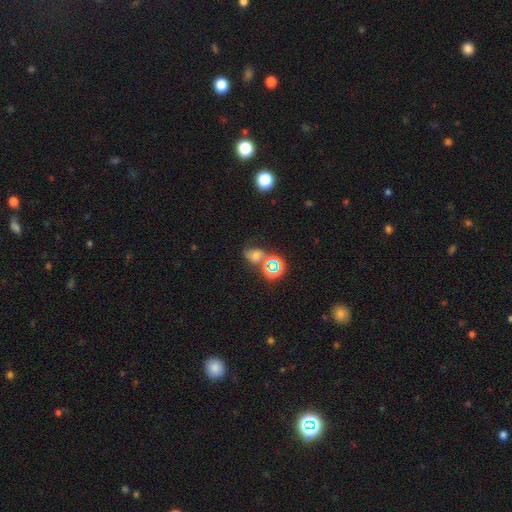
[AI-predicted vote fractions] Smooth or featured? Predicted: smooth (p=0.44). Merging? Predicted: none (p=0.46).